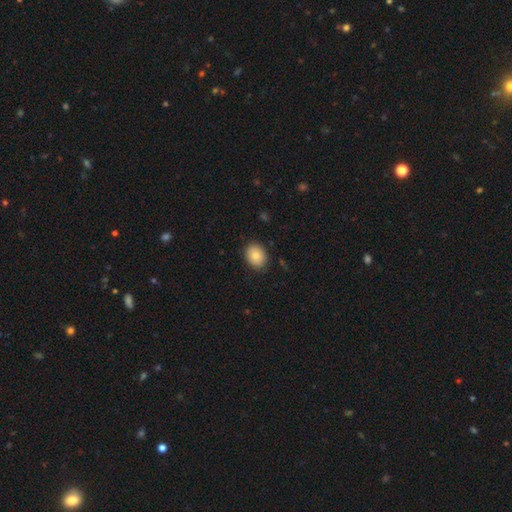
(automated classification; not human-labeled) Smooth or featured? Predicted: smooth (p=0.84). How rounded? Predicted: in between (p=0.52). Merging? Predicted: none (p=0.88).